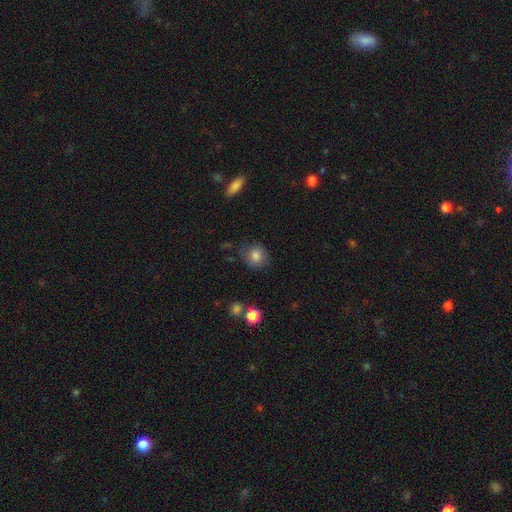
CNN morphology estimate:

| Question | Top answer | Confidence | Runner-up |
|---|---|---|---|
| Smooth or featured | smooth | 77% | featured or disk (13%) |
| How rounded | round | 80% | in between (19%) |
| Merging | none | 75% | minor disturbance (17%) |